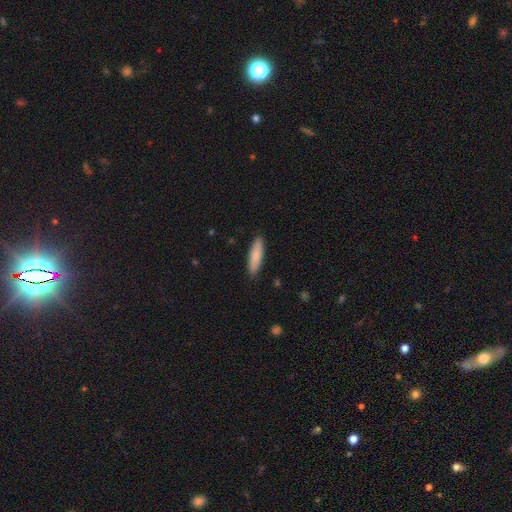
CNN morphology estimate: This appears to be a smooth galaxy with no disk features (85%) that is cigar-shaped (68%). Merging: none (90%).